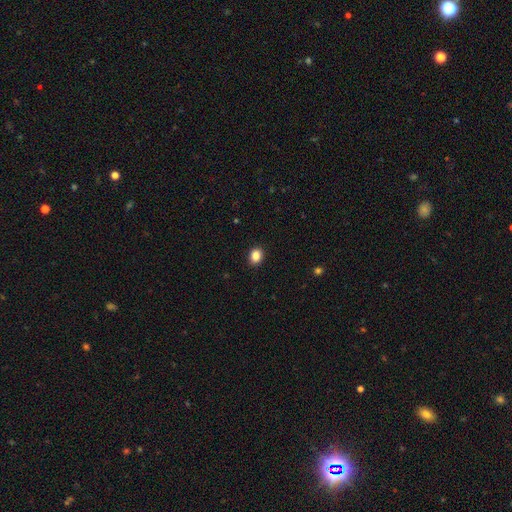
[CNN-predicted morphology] Smooth or featured?
  - smooth: 87% *
  - star or artifact: 10%
  - featured or disk: 3%
How rounded?
  - in between: 50% *
  - round: 49%
  - cigar-shaped: 1%
Merging?
  - none: 91% *
  - minor disturbance: 6%
  - major disturbance: 2%
  - merger: 1%